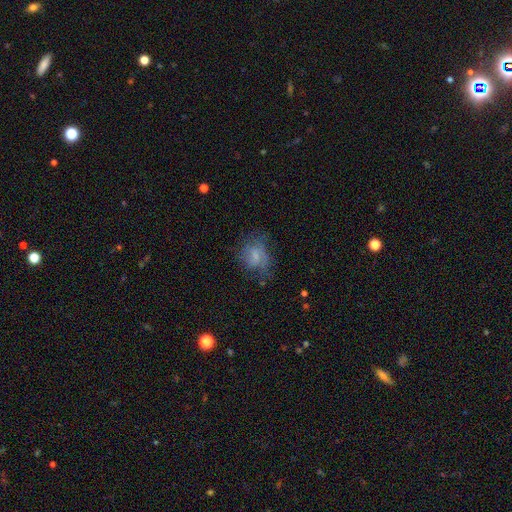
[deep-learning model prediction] A smooth galaxy with no disk features (48%).

Vote fractions:
- Smooth or featured? smooth: 48% / featured or disk: 40% / star or artifact: 11%
- Merging? none: 48% / minor disturbance: 27% / major disturbance: 23% / merger: 2%